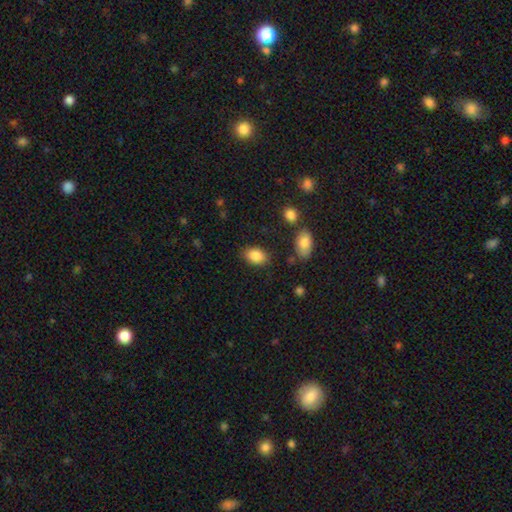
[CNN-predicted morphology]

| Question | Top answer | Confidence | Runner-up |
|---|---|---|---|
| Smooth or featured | smooth | 87% | star or artifact (8%) |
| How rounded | in between | 85% | round (14%) |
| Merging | none | 81% | minor disturbance (13%) |